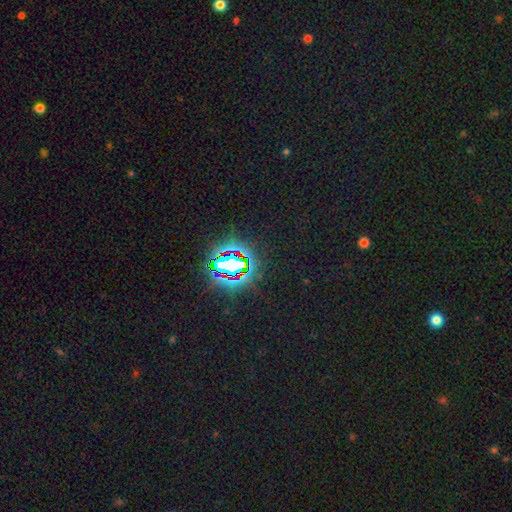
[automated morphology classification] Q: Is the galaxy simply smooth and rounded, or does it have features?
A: star or artifact — 81%.